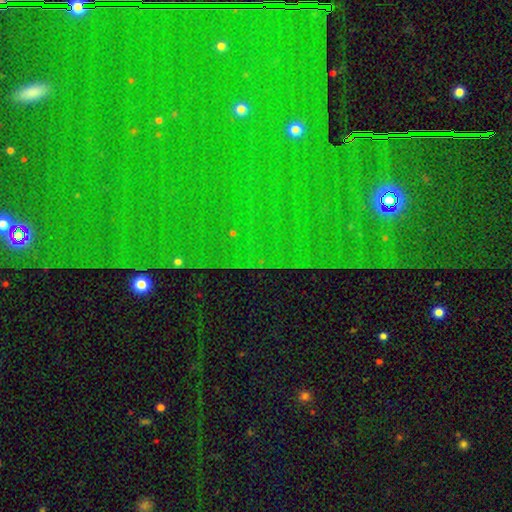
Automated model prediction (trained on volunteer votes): smooth-or-featured: star or artifact: 86% | smooth: 7% | featured or disk: 7%